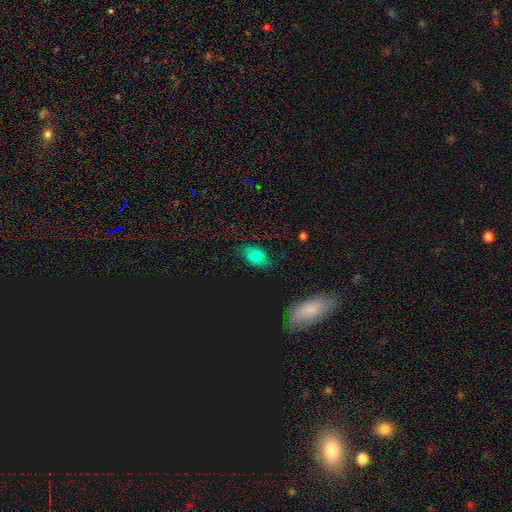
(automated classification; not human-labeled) A smooth galaxy with no disk features (68%) that is in between round and cigar-shaped (84%). Merging: none (78%).